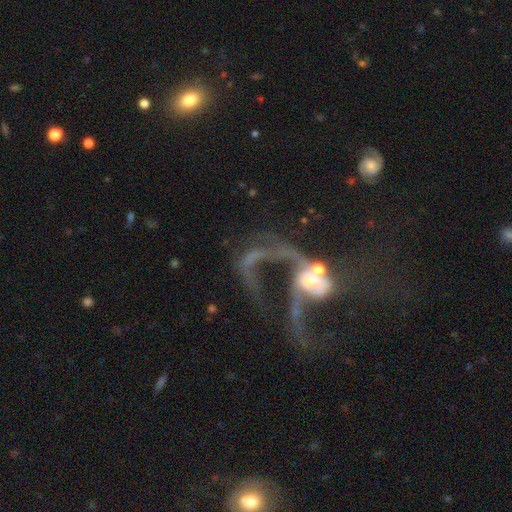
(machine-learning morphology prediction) featured or disk 75%, star or artifact 13%, smooth 12%. Down the decision tree: edge-on disk — no (96%); bar — no (57%); spiral arms — yes (74%); spiral arm count — 2 (46%); spiral winding — loose (80%); bulge size — moderate (43%); merging — major disturbance (38%).